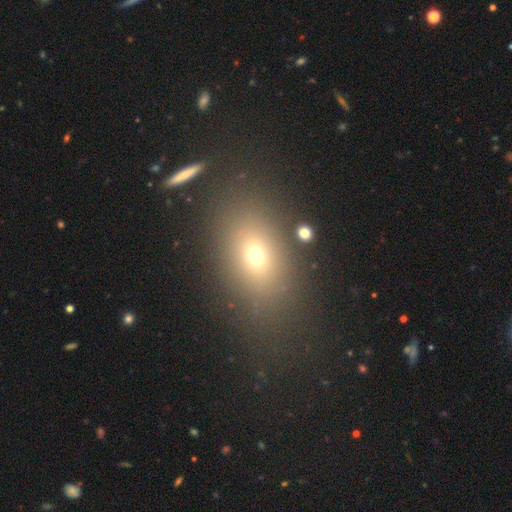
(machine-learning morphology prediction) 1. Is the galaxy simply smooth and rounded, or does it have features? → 65% smooth, 20% star or artifact, 16% featured or disk.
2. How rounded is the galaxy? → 71% in between, 25% round, 4% cigar-shaped.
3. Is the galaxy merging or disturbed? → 78% none, 11% minor disturbance, 7% major disturbance, 4% merger.